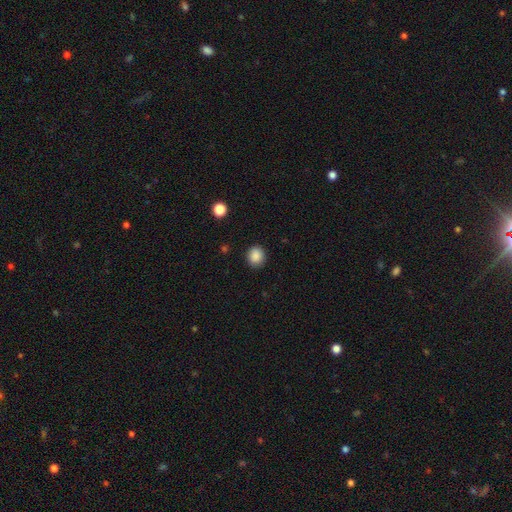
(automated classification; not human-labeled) smooth_or_featured: smooth (p=0.88) [alt: star or artifact p=0.09]
how_rounded: round (p=0.79) [alt: in between p=0.20]
merging: none (p=0.89) [alt: minor disturbance p=0.07]